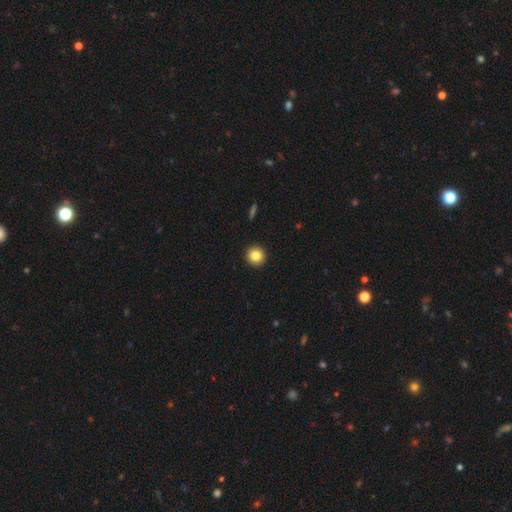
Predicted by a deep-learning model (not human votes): smooth_or_featured: smooth (p=0.83) [alt: star or artifact p=0.10]
how_rounded: round (p=0.95) [alt: in between p=0.04]
merging: none (p=0.94) [alt: minor disturbance p=0.04]